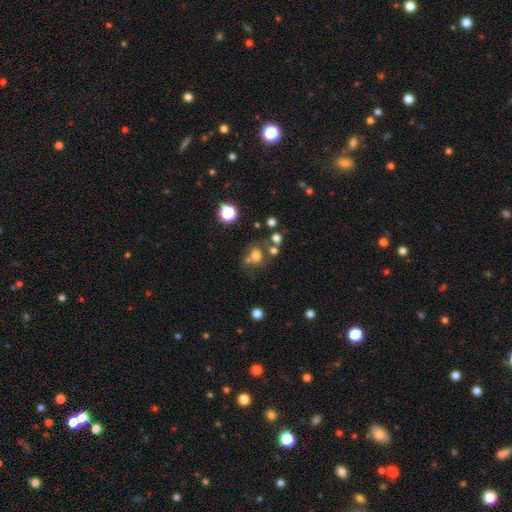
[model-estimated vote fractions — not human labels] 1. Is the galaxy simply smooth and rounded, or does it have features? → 59% smooth, 21% star or artifact, 20% featured or disk.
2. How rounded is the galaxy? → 66% round, 33% in between, 1% cigar-shaped.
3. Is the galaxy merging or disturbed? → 49% none, 25% merger, 16% minor disturbance, 10% major disturbance.